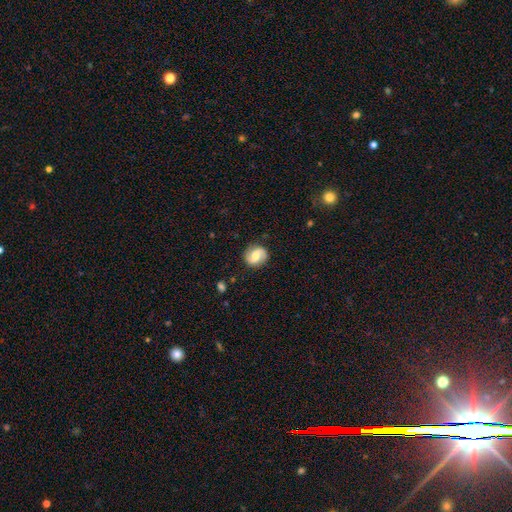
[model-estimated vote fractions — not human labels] A featured or disk galaxy (62%) with a weak bar (46%), 2 (90%) loose (40%) spiral arms (89%) and a moderate central bulge (64%).

Vote fractions:
- Smooth or featured? featured or disk: 62% / smooth: 30% / star or artifact: 7%
- Edge-on disk? no: 98% / yes: 2%
- Bar? weak: 46% / no: 35% / strong: 19%
- Spiral arms? yes: 89% / no: 11%
- Spiral winding? loose: 40% / medium: 39% / tight: 20%
- Spiral arm count? 2: 90% / can't tell: 4% / 1: 3% / 3: 1% / 4: 1% / more than 4: 1%
- Bulge size? moderate: 64% / small: 19% / large: 12% / none: 3% / dominant: 2%
- Merging? none: 84% / minor disturbance: 11% / major disturbance: 3% / merger: 1%